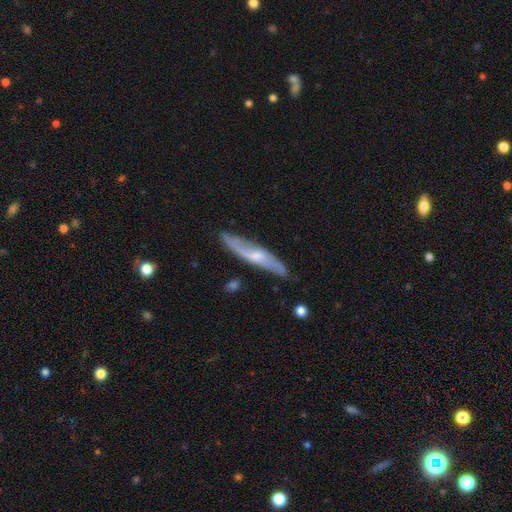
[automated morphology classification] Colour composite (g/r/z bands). It shows a featured or disk galaxy (70%) with not edge-on (50%, tied with yes). Merging: none (76%).